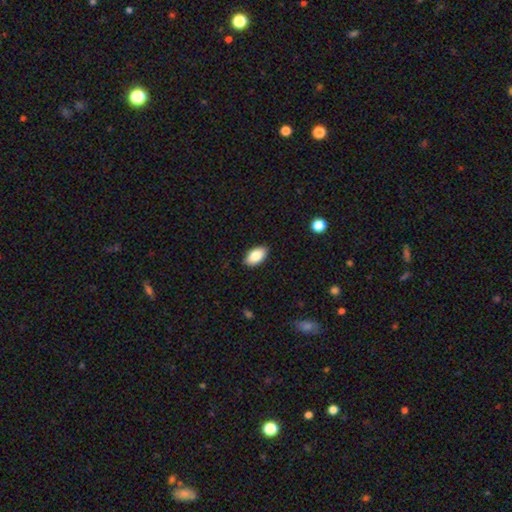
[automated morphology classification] This is clearly a smooth galaxy (84%). How rounded: clearly in between (94%). Merging: clearly none (88%).